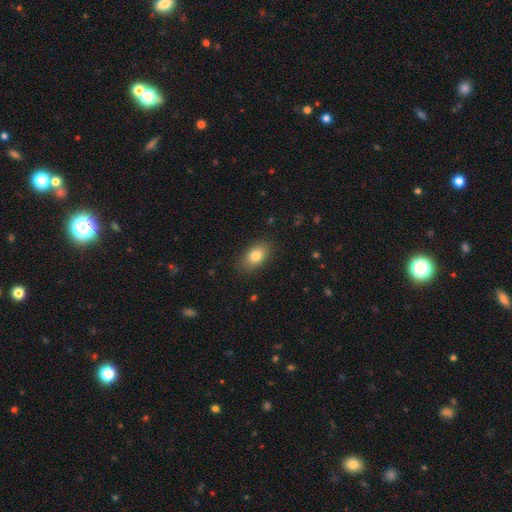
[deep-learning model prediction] Smooth or featured? smooth (81%)
How rounded? in between (87%)
Merging? none (87%)